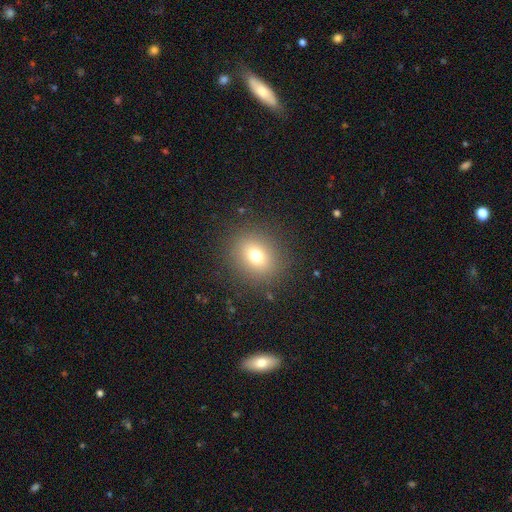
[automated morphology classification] Smooth or featured?
  - smooth: 71% *
  - star or artifact: 16%
  - featured or disk: 13%
How rounded?
  - round: 68% *
  - in between: 31%
  - cigar-shaped: 1%
Merging?
  - none: 88% *
  - minor disturbance: 7%
  - major disturbance: 3%
  - merger: 2%